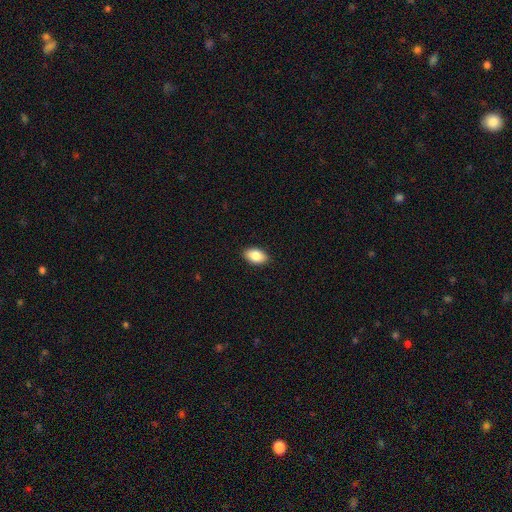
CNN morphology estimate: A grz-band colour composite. It shows a smooth galaxy with no disk features (85%) that is in between round and cigar-shaped (91%). Merging: none (90%).